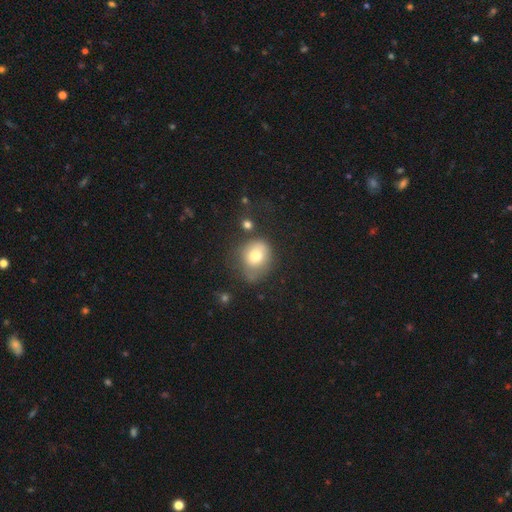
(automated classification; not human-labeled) Smooth or featured?
  - smooth: 74% *
  - featured or disk: 16%
  - star or artifact: 10%
How rounded?
  - round: 60% *
  - in between: 39%
  - cigar-shaped: 1%
Merging?
  - none: 45% *
  - minor disturbance: 32%
  - major disturbance: 16%
  - merger: 6%